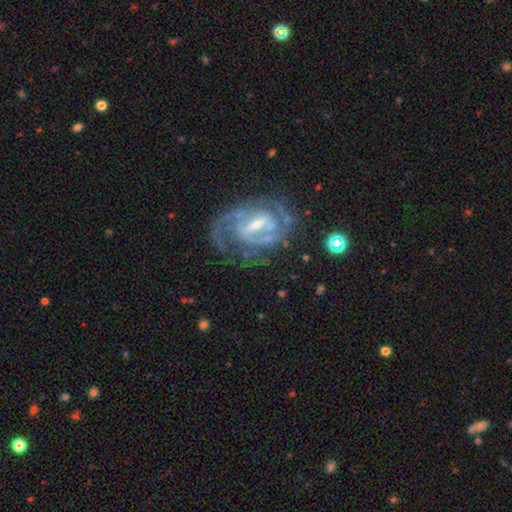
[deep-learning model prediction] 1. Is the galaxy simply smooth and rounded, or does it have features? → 81% featured or disk, 10% star or artifact, 8% smooth.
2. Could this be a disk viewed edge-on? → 95% no, 5% yes.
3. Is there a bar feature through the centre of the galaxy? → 43% weak, 41% strong, 16% no.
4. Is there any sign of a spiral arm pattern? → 92% yes, 8% no.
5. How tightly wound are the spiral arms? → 53% tight, 38% medium, 9% loose.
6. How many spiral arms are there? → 51% 2, 24% can't tell, 13% 3, 5% 1, 4% 4, 4% more than 4.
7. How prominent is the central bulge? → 48% small, 39% moderate, 8% none, 4% large, 1% dominant.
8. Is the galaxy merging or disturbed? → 68% none, 17% minor disturbance, 12% major disturbance, 2% merger.